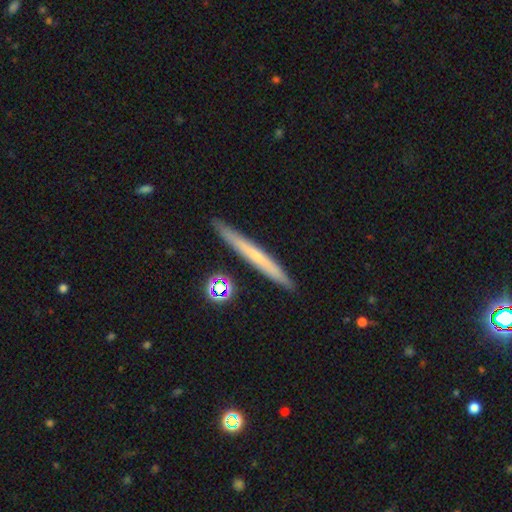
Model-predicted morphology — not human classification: Smooth or featured?
  - smooth: 50% *
  - featured or disk: 43%
  - star or artifact: 8%
Merging?
  - none: 90% *
  - minor disturbance: 7%
  - merger: 2%
  - major disturbance: 2%